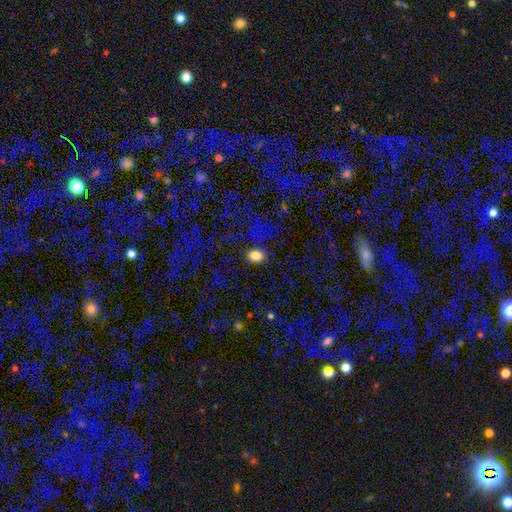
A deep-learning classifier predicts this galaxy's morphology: type=smooth (79%); roundness=in between (56%); merging=none (79%).